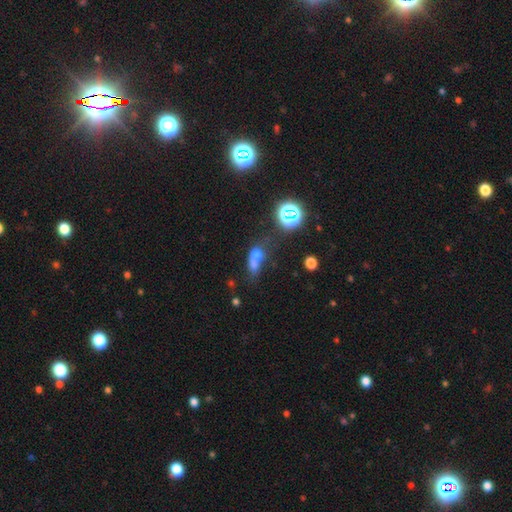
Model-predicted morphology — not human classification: smooth 60%, star or artifact 22%, featured or disk 18%. Down the decision tree: how rounded — round (55%); merging — merger (57%).